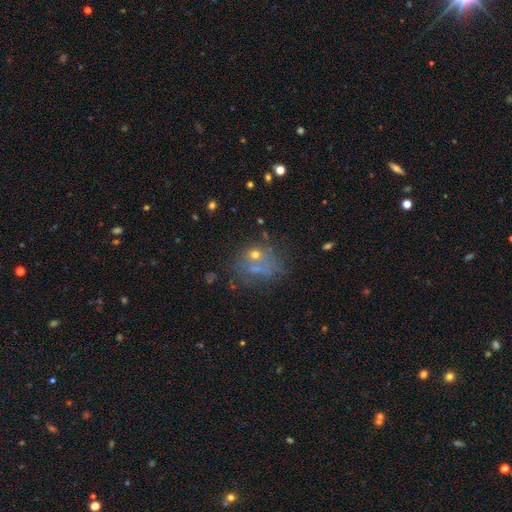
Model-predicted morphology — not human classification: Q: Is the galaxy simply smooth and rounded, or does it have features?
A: smooth — 45%.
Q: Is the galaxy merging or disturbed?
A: none — 42%.